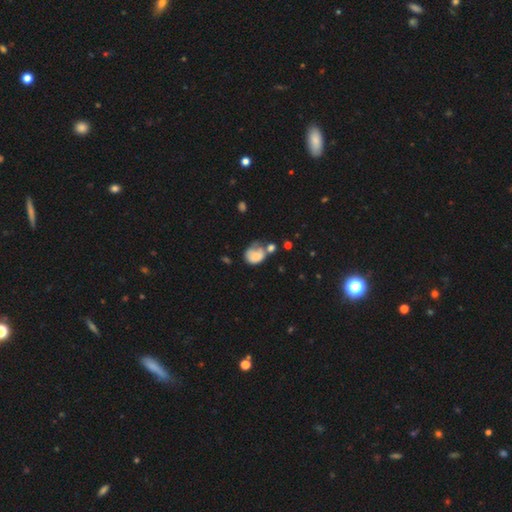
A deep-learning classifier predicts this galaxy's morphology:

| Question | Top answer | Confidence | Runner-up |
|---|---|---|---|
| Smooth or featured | smooth | 71% | featured or disk (20%) |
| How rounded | in between | 54% | round (45%) |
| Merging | merger | 28% | minor disturbance (26%) |